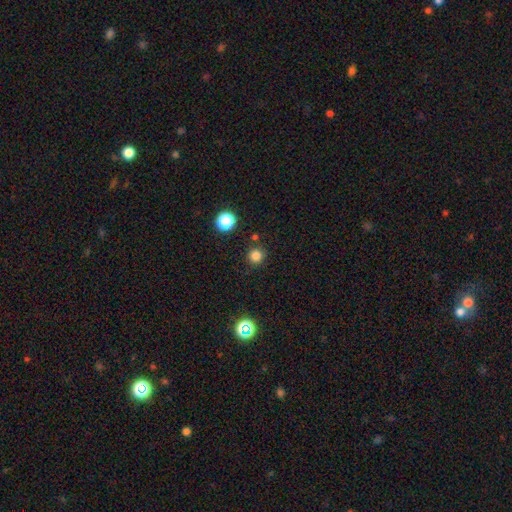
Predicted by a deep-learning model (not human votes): Smooth or featured?
  - smooth: 81% *
  - star or artifact: 16%
  - featured or disk: 4%
How rounded?
  - round: 94% *
  - in between: 5%
  - cigar-shaped: 1%
Merging?
  - none: 87% *
  - minor disturbance: 7%
  - merger: 4%
  - major disturbance: 3%